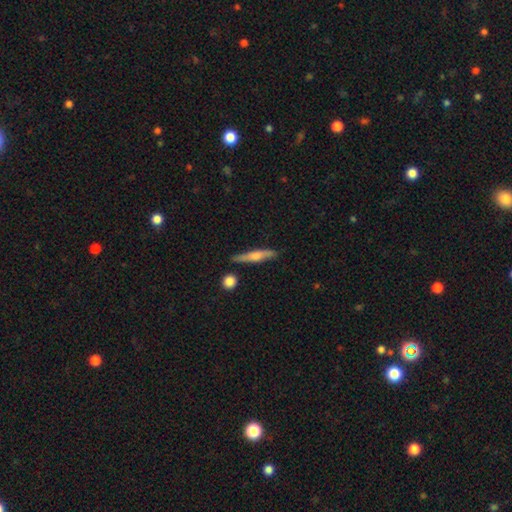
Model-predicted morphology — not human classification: Overall: featured or disk (50%; smooth 43%). Edge-on disk: yes (94%). Merging: none (83%).